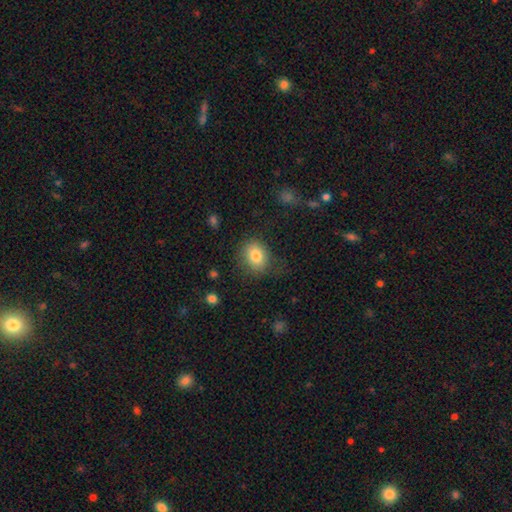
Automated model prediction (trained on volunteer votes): smooth_or_featured: smooth (p=0.80) [alt: featured or disk p=0.10]
how_rounded: round (p=0.52) [alt: in between p=0.47]
merging: none (p=0.73) [alt: minor disturbance p=0.18]